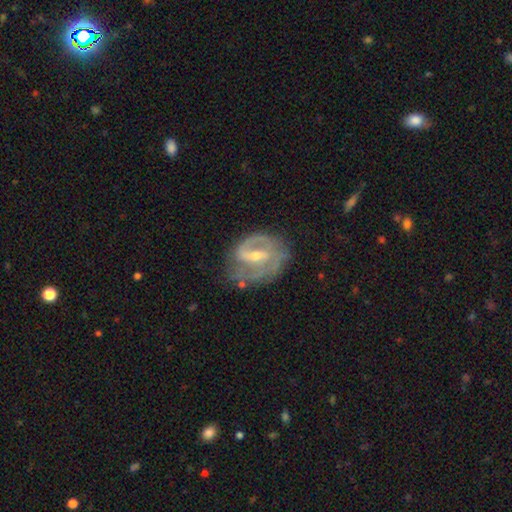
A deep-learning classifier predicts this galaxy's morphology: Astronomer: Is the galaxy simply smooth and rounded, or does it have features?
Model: featured or disk — 85%.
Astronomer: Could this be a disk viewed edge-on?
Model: no — 97%.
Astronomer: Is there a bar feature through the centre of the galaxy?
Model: weak — 47% (runner-up: strong, 38%).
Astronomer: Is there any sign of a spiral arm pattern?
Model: yes — 91%.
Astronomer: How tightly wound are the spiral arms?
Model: medium — 48% (runner-up: tight, 34%).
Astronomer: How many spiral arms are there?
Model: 2 — 68%.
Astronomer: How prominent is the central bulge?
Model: small — 54% (runner-up: moderate, 43%).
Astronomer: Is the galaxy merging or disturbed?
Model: none — 62%.